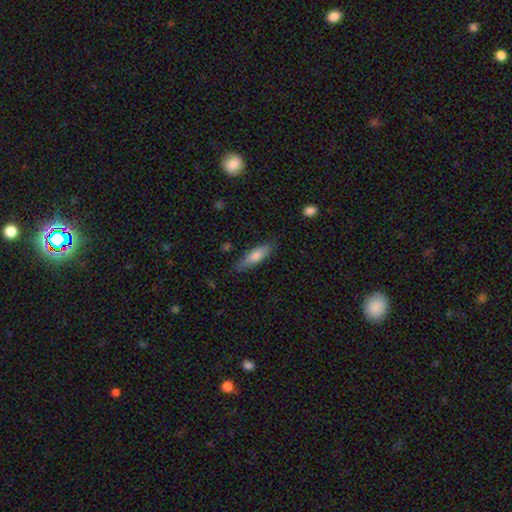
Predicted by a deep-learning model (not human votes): Smooth or featured: smooth — 71% (featured or disk — 22%)
How rounded: cigar-shaped — 63% (in between — 35%)
Merging: none — 83% (minor disturbance — 13%)